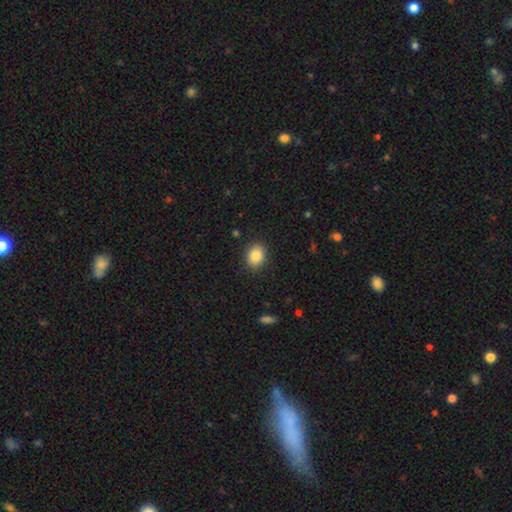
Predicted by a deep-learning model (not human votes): A smooth galaxy with no disk features (86%) that is in between round and cigar-shaped (56%). Merging: none (88%).